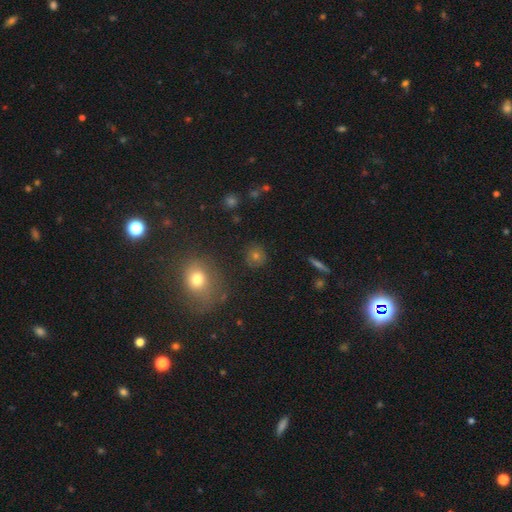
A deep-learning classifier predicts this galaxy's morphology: A smooth galaxy with no disk features (66%) that is round (87%).

Vote fractions:
- Smooth or featured? smooth: 66% / star or artifact: 22% / featured or disk: 12%
- How rounded? round: 87% / in between: 12% / cigar-shaped: 2%
- Merging? none: 85% / minor disturbance: 9% / major disturbance: 3% / merger: 2%